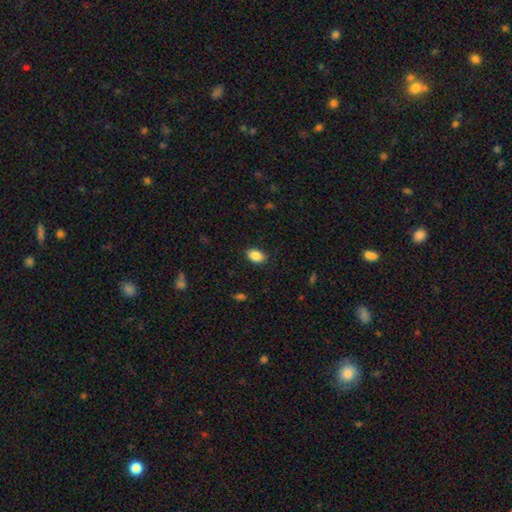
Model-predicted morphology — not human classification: Smooth or featured? Predicted: smooth (p=0.88). How rounded? Predicted: in between (p=0.87). Merging? Predicted: none (p=0.85).